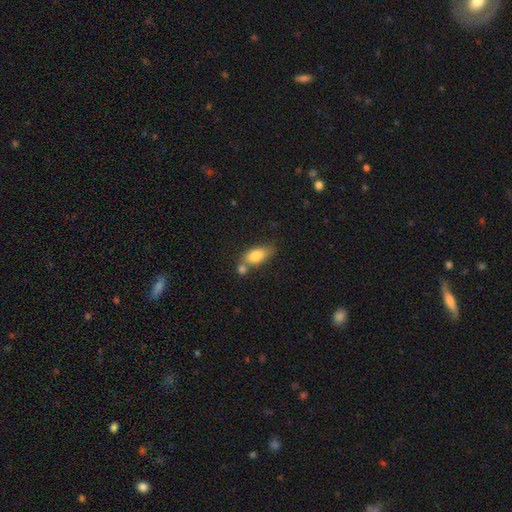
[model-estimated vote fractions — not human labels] Smooth or featured? Predicted: smooth (p=0.80). How rounded? Predicted: in between (p=0.85). Merging? Predicted: none (p=0.44).